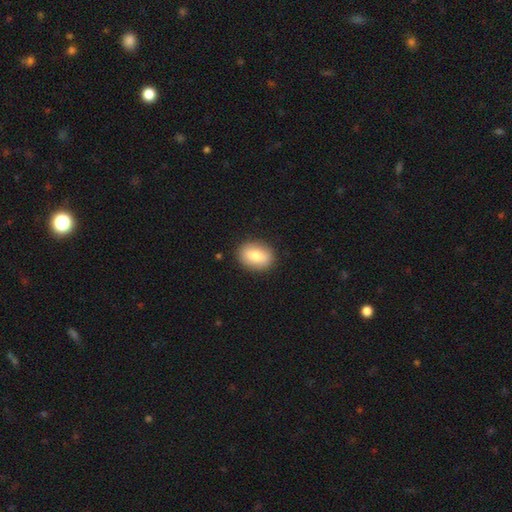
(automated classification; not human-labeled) Q: Smooth or featured?
A: smooth (78%); runner-up: featured or disk (15%)
Q: How rounded?
A: in between (67%); runner-up: round (31%)
Q: Merging?
A: none (88%); runner-up: minor disturbance (8%)